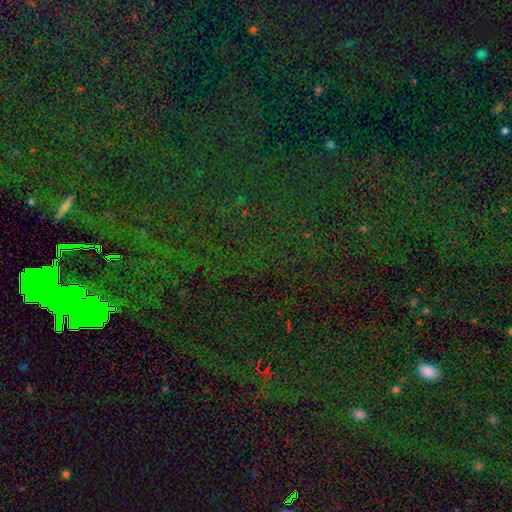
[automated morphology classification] The model was most divided on "smooth or featured": star or artifact: 82%, smooth: 10%, featured or disk: 8%.